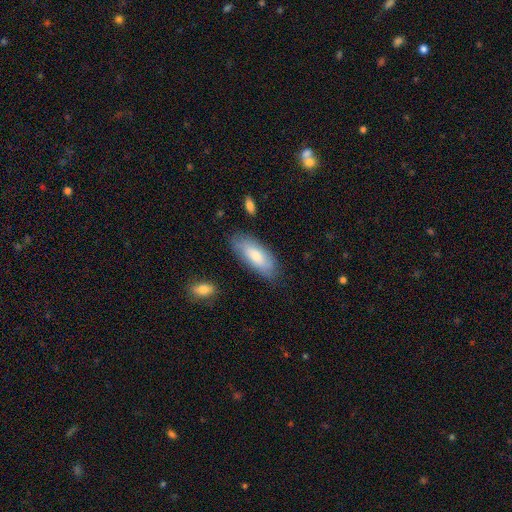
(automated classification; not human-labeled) The model was most divided on "smooth or featured": smooth: 71%, featured or disk: 22%, star or artifact: 6%. More confident: how rounded — in between (79%); merging — none (78%).